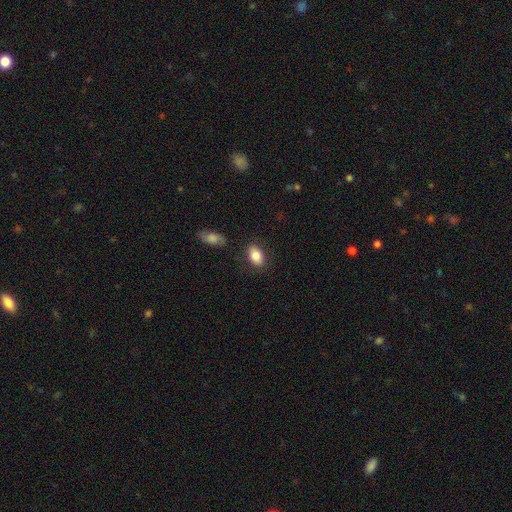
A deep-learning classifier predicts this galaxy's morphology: Q: Smooth or featured?
A: smooth (84%); runner-up: featured or disk (9%)
Q: How rounded?
A: in between (87%); runner-up: round (11%)
Q: Merging?
A: none (83%); runner-up: minor disturbance (11%)